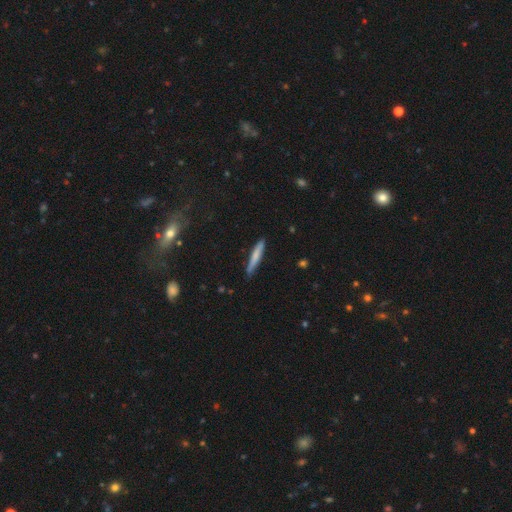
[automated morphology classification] type=smooth (68%); roundness=cigar-shaped (93%); merging=none (86%).